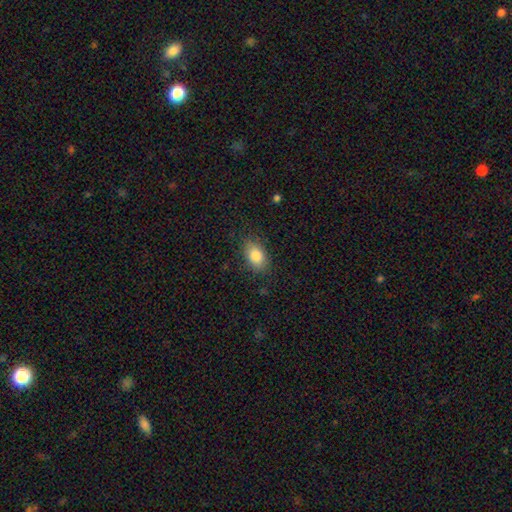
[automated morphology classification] A smooth galaxy with no disk features (84%) that is in between round and cigar-shaped (88%). Merging: none (84%).